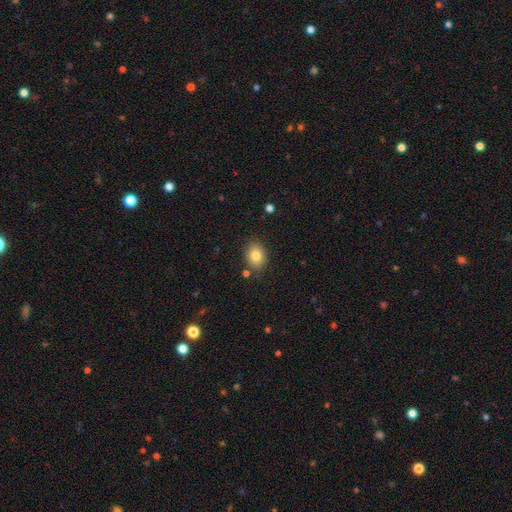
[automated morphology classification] Smooth or featured: smooth — 81% (star or artifact — 10%)
How rounded: in between — 61% (round — 38%)
Merging: none — 83% (minor disturbance — 11%)